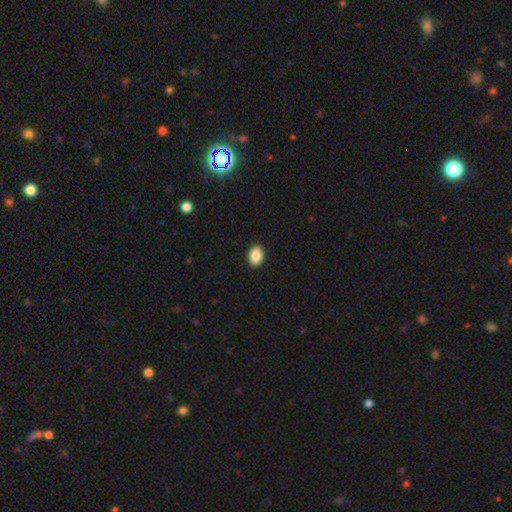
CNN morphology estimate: Smooth or featured? Predicted: smooth (p=0.88). How rounded? Predicted: in between (p=0.79). Merging? Predicted: none (p=0.91).